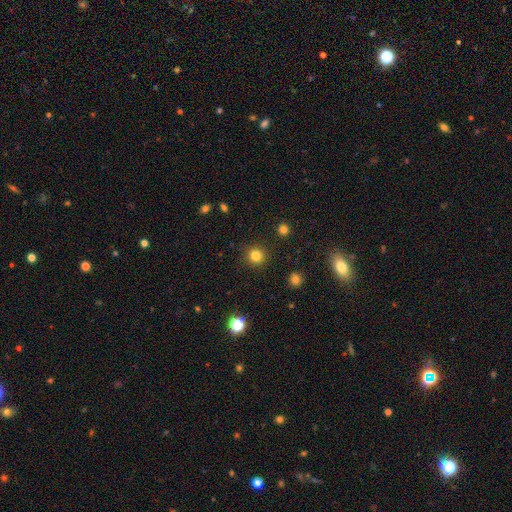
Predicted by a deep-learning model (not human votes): Morphology: type=smooth (81%); roundness=round (94%); merging=none (91%).